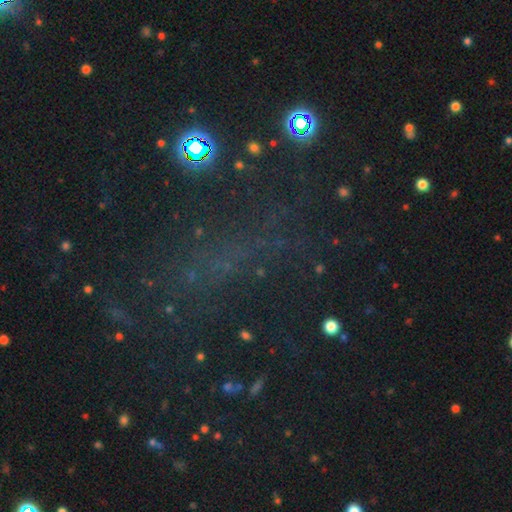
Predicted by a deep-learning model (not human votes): Smooth or featured: star or artifact — 58% (smooth — 26%)